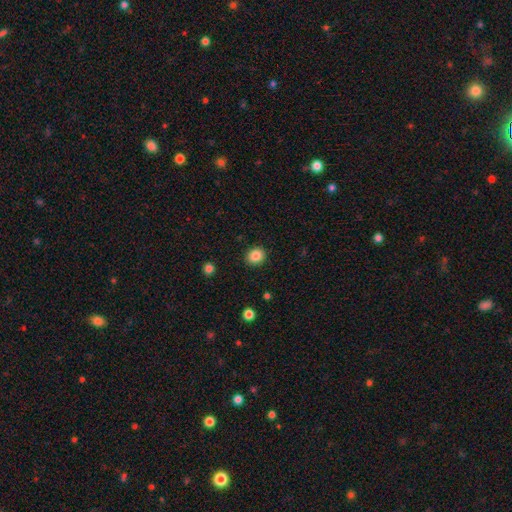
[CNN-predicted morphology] Smooth or featured? smooth (86%)
How rounded? round (71%)
Merging? none (90%)